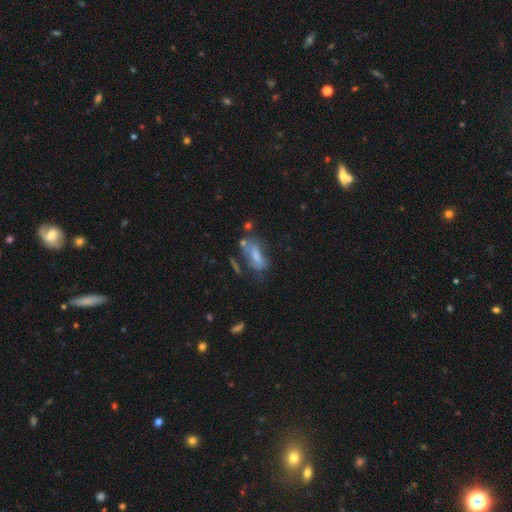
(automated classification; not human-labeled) Q: Smooth or featured?
A: smooth (60%); runner-up: featured or disk (29%)
Q: How rounded?
A: in between (73%); runner-up: cigar-shaped (24%)
Q: Merging?
A: none (39%); runner-up: minor disturbance (25%)